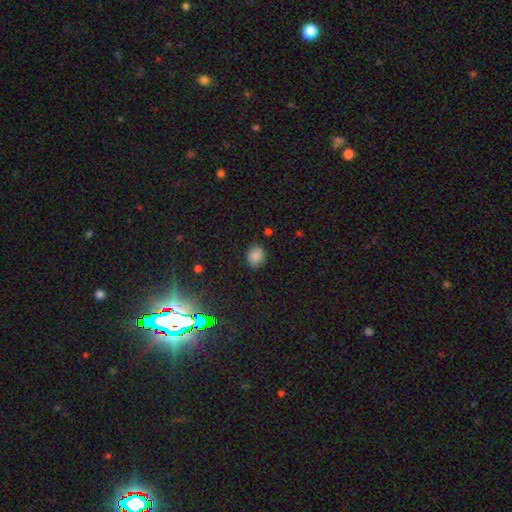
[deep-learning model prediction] Q: Smooth or featured?
A: smooth (83%); runner-up: star or artifact (13%)
Q: How rounded?
A: round (56%); runner-up: in between (43%)
Q: Merging?
A: none (83%); runner-up: minor disturbance (13%)